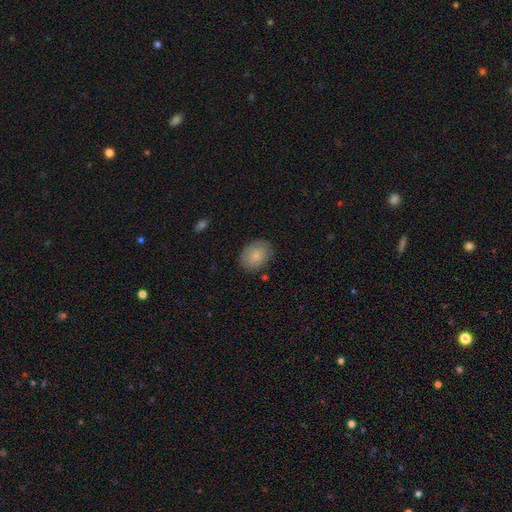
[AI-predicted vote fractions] Smooth or featured: smooth — 76% (featured or disk — 17%)
How rounded: in between — 72% (round — 27%)
Merging: none — 78% (minor disturbance — 16%)